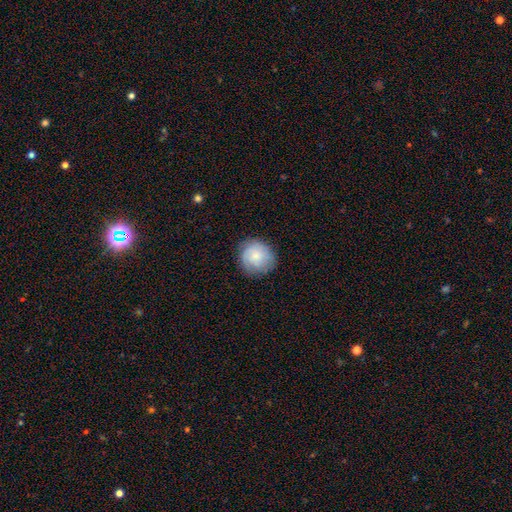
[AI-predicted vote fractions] A smooth galaxy with no disk features (65%) that is round (88%).

Vote fractions:
- Smooth or featured? smooth: 65% / featured or disk: 28% / star or artifact: 7%
- How rounded? round: 88% / in between: 11% / cigar-shaped: 1%
- Merging? none: 81% / minor disturbance: 14% / major disturbance: 4% / merger: 1%